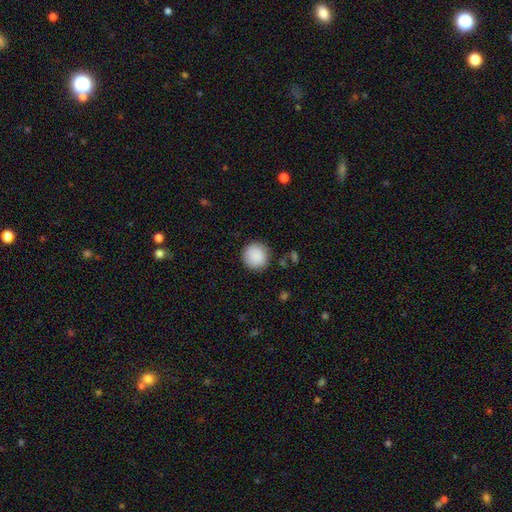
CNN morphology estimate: smooth 90%, star or artifact 7%, featured or disk 3%. Down the decision tree: how rounded — round (94%); merging — none (89%).